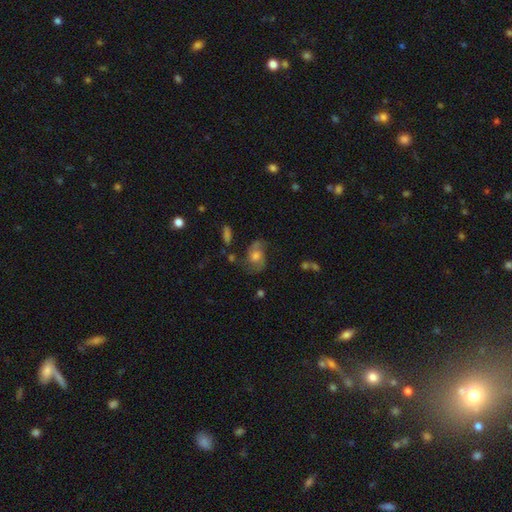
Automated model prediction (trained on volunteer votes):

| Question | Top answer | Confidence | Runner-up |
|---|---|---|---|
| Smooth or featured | featured or disk | 52% | smooth (37%) |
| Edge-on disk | no | 95% | yes (5%) |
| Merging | none | 54% | minor disturbance (25%) |